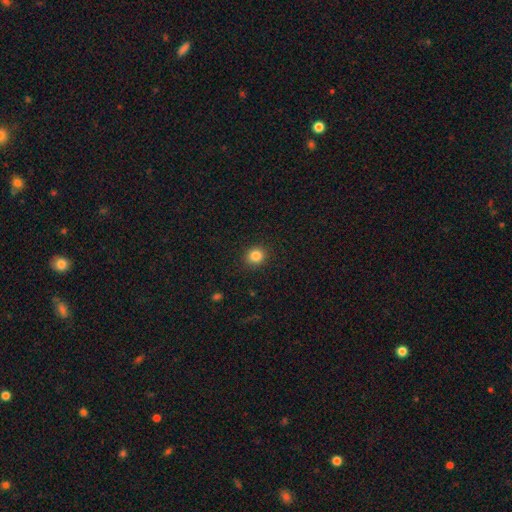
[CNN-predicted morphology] This is clearly a smooth galaxy (84%). How rounded: clearly round (84%). Merging: clearly none (91%).